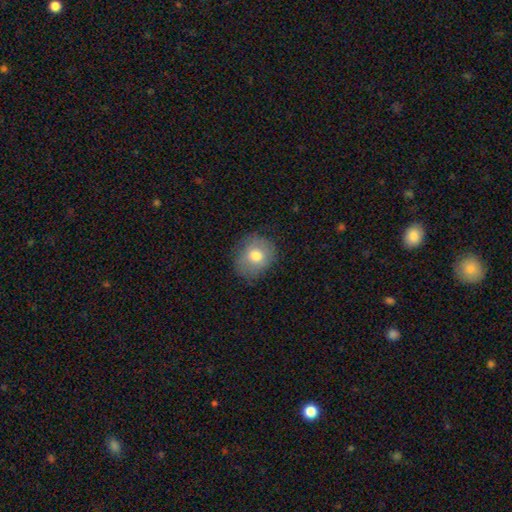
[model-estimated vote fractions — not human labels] Smooth or featured? smooth (73%)
How rounded? round (65%)
Merging? none (71%)